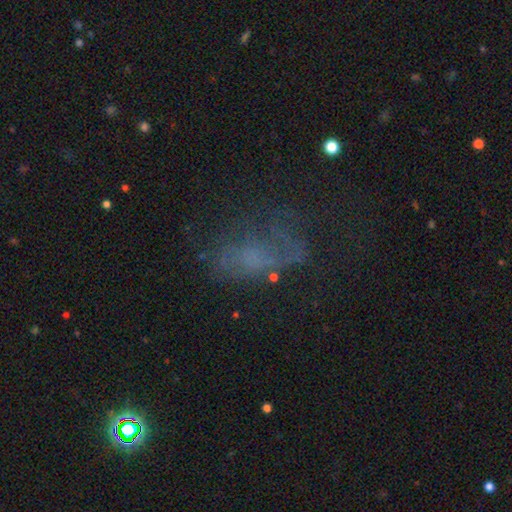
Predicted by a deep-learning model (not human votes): smooth_or_featured: smooth (p=0.37) [alt: featured or disk p=0.35]
merging: none (p=0.44) [alt: major disturbance p=0.31]